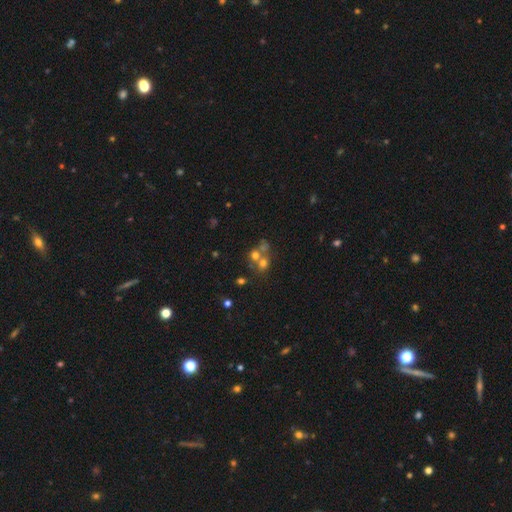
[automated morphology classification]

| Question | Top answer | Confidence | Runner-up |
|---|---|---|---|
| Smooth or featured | smooth | 57% | star or artifact (22%) |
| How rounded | round | 80% | in between (19%) |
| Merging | merger | 51% | none (37%) |